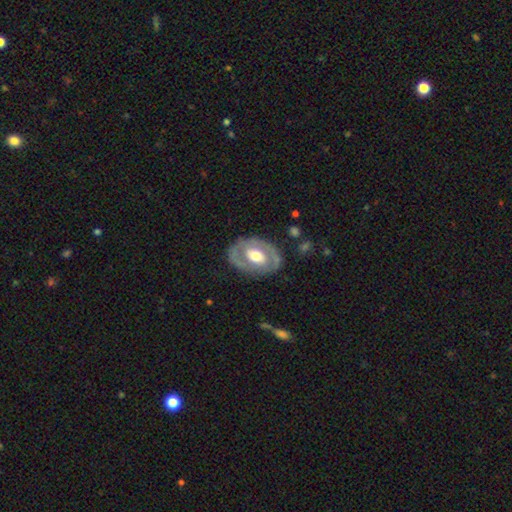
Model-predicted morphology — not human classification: This is likely a featured or disk galaxy (64%). It is clearly not viewed edge-on (94%). Bar: likely no (63%). Spiral arm pattern: likely no (62%). Central bulge: likely moderate (62%). Merging: likely none (78%).